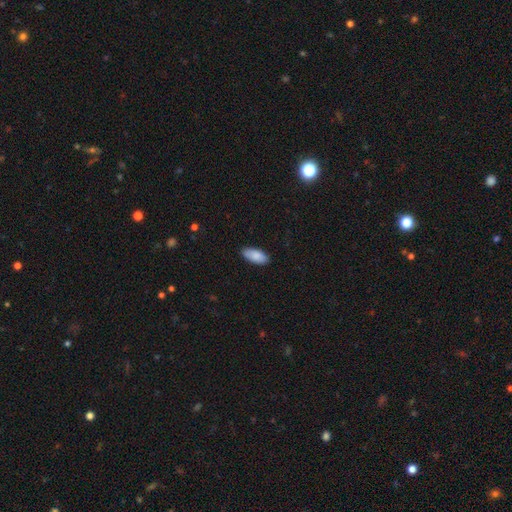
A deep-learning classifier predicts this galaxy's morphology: Smooth or featured: smooth — 88% (featured or disk — 6%)
How rounded: in between — 89% (cigar-shaped — 9%)
Merging: none — 88% (minor disturbance — 9%)